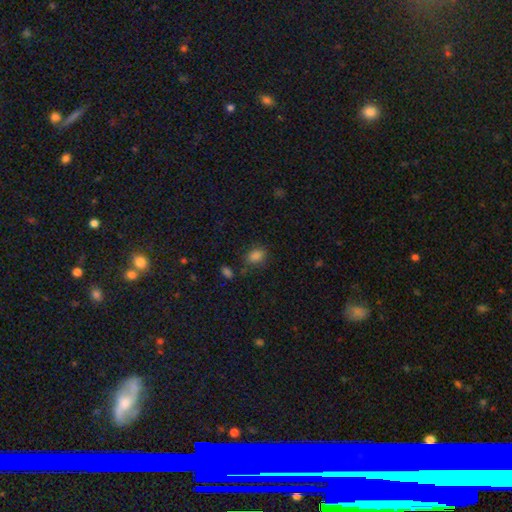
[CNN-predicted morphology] Smooth or featured? smooth (82%)
How rounded? in between (76%)
Merging? none (72%)